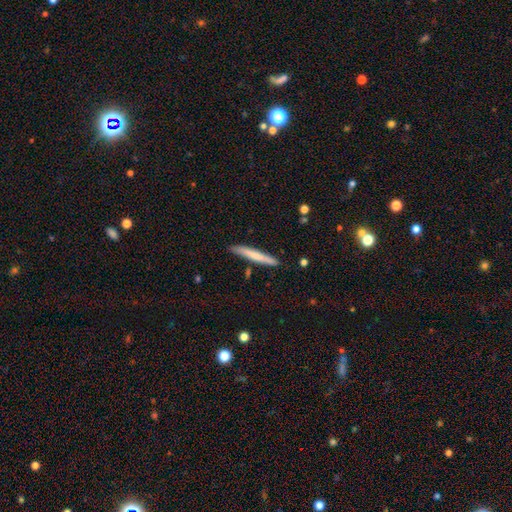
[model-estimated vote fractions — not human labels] This is likely a smooth galaxy (67%). How rounded: clearly cigar-shaped (96%). Merging: clearly none (86%).